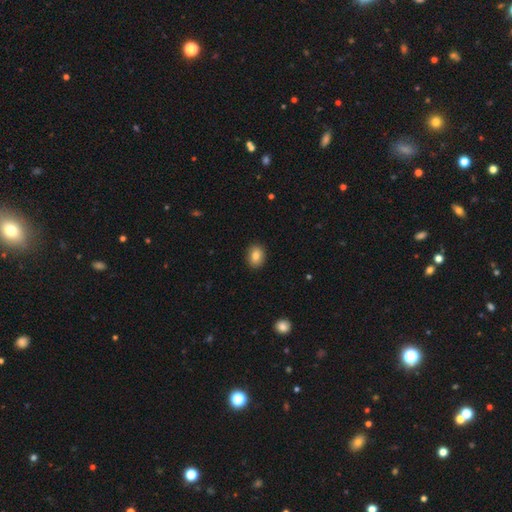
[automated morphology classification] type=smooth (84%); roundness=in between (60%); merging=none (90%).